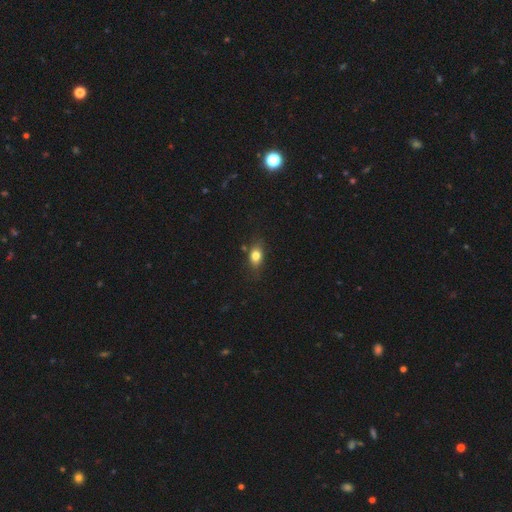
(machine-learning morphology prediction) Overall: smooth (79%). How rounded: in between (73%). Merging: none (73%).